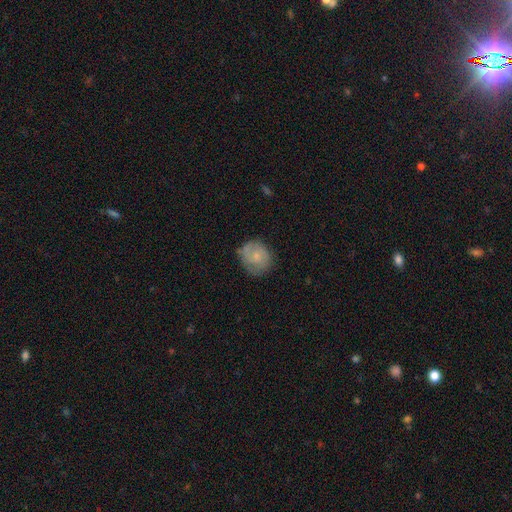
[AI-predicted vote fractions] Overall: smooth (63%; featured or disk 29%). How rounded: round (79%). Merging: none (69%).